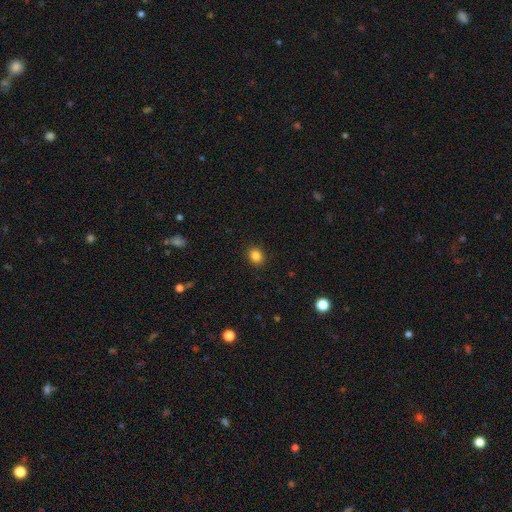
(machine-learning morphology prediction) Smooth or featured? Predicted: smooth (p=0.85). How rounded? Predicted: round (p=0.64). Merging? Predicted: none (p=0.91).